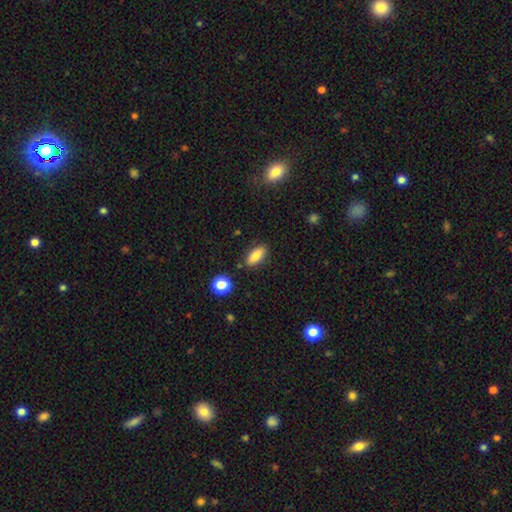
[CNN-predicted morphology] Smooth or featured? smooth (83%)
How rounded? in between (78%)
Merging? none (85%)